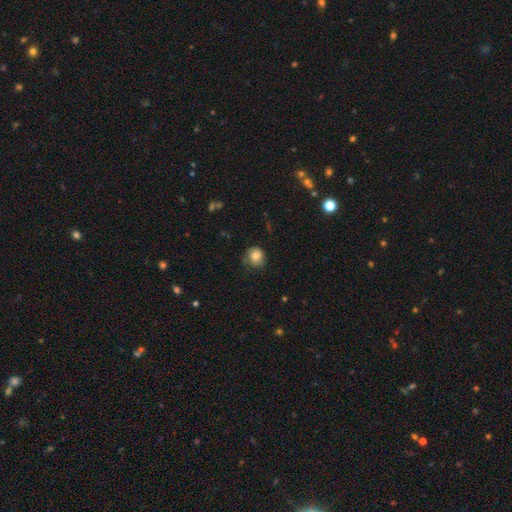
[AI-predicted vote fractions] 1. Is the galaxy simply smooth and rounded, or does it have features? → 76% smooth, 15% featured or disk, 9% star or artifact.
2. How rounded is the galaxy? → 83% round, 16% in between, 1% cigar-shaped.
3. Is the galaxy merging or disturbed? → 59% none, 28% minor disturbance, 12% major disturbance, 2% merger.